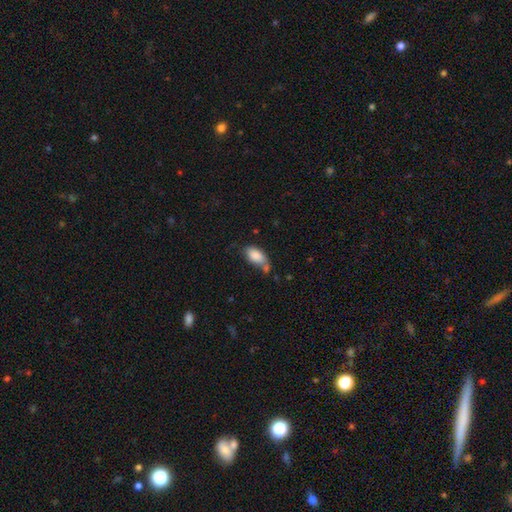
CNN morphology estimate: Smooth or featured: smooth — 85% (featured or disk — 7%)
How rounded: in between — 92% (cigar-shaped — 4%)
Merging: none — 48% (minor disturbance — 26%)